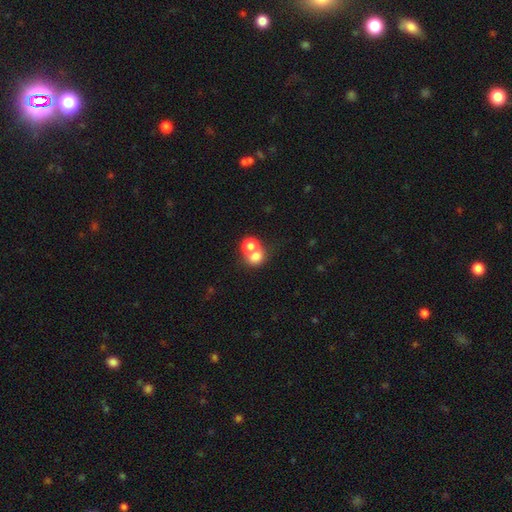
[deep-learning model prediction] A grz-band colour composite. It shows a smooth galaxy with no disk features (73%) that is round (72%). Merging: merger (57%).